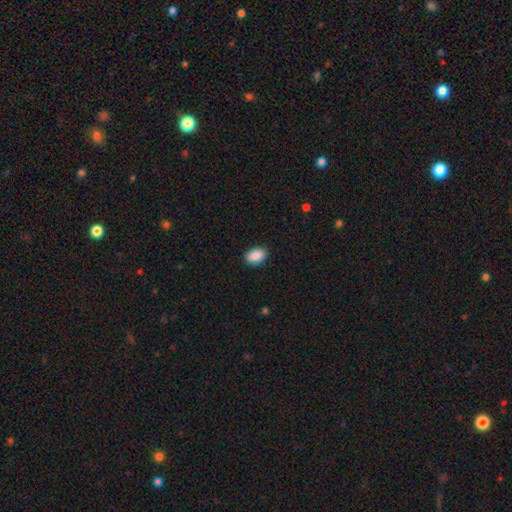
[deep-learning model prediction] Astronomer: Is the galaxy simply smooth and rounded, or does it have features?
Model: smooth — 90%.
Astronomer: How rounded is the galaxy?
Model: in between — 87%.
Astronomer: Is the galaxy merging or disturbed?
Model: none — 89%.